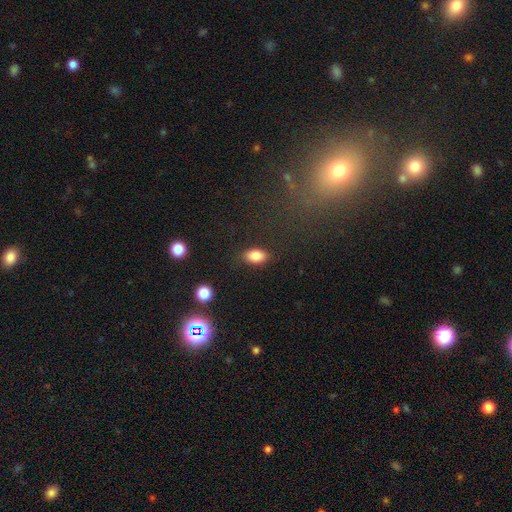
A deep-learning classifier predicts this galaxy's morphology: smooth-or-featured: smooth: 84% | star or artifact: 9% | featured or disk: 7%
  how-rounded: in between: 89% | round: 9% | cigar-shaped: 2%
  merging: none: 85% | minor disturbance: 11% | major disturbance: 3% | merger: 2%